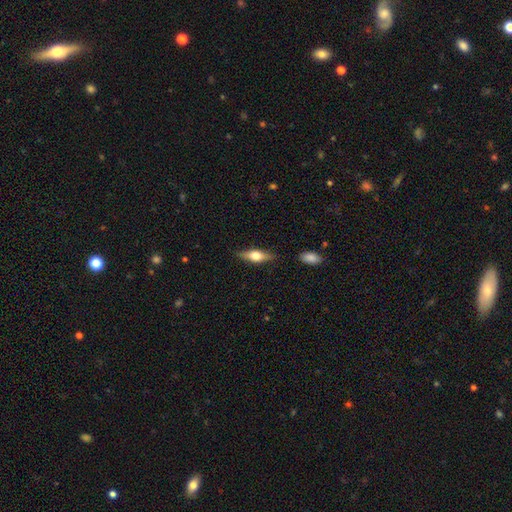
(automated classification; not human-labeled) Q: Smooth or featured?
A: featured or disk (47%); runner-up: smooth (46%)
Q: Merging?
A: none (84%); runner-up: minor disturbance (11%)